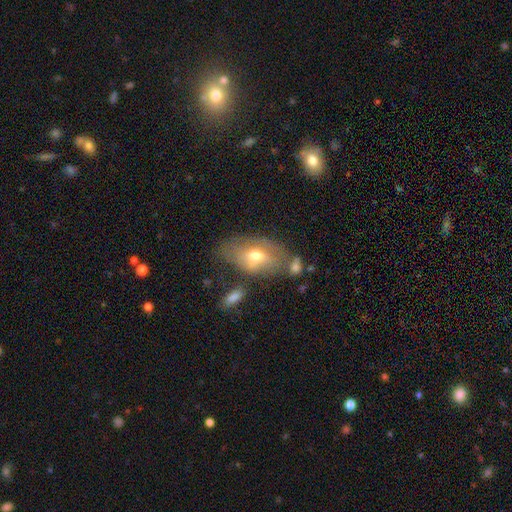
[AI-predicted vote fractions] This is possibly a smooth galaxy (56%). How rounded: clearly in between (91%). Merging: possibly none (47%).